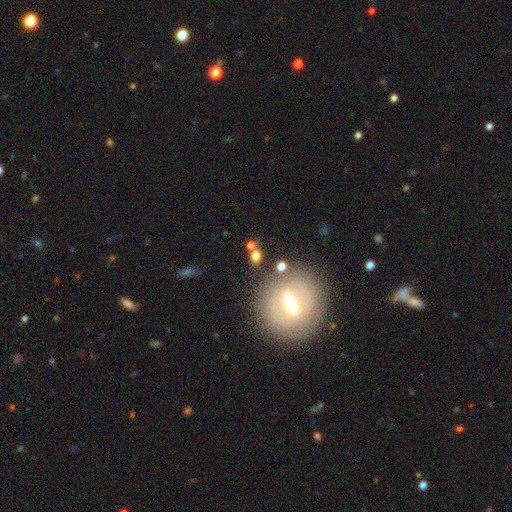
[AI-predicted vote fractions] Smooth or featured? smooth (62%)
How rounded? in between (52%)
Merging? none (69%)